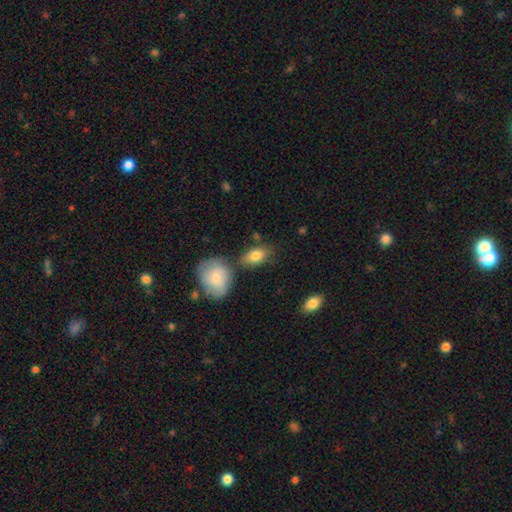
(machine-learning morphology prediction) This is clearly a smooth galaxy (83%). How rounded: clearly in between (88%). Merging: likely none (68%).